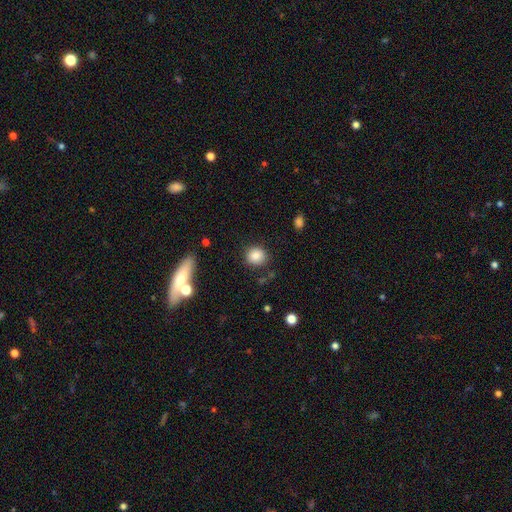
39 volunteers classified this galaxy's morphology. smooth-or-featured: smooth: 85% | featured or disk: 8% | star or artifact: 8%
  how-rounded: round: 94% | in between: 6% | cigar-shaped: 0%
  merging: none: 81% | minor disturbance: 11% | major disturbance: 6% | merger: 3%